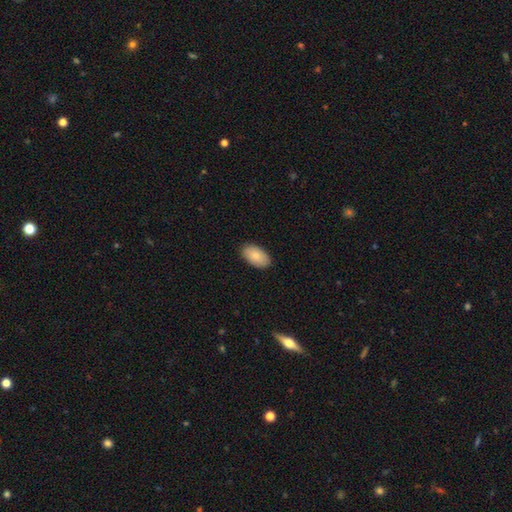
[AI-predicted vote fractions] This appears to be a smooth galaxy with no disk features (84%) that is in between round and cigar-shaped (95%). Merging: none (89%).